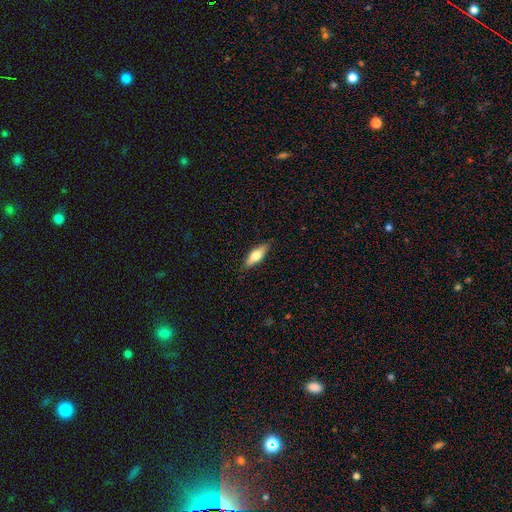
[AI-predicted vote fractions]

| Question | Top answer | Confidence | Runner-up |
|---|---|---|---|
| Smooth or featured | smooth | 58% | featured or disk (36%) |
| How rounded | in between | 52% | cigar-shaped (46%) |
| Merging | none | 88% | minor disturbance (9%) |